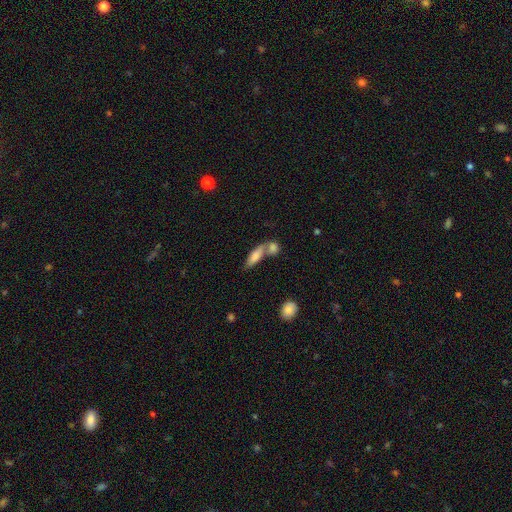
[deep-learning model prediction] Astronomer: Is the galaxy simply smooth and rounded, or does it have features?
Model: smooth — 75%.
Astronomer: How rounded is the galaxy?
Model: in between — 59% (runner-up: cigar-shaped, 37%).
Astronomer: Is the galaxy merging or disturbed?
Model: merger — 48% (runner-up: none, 36%).